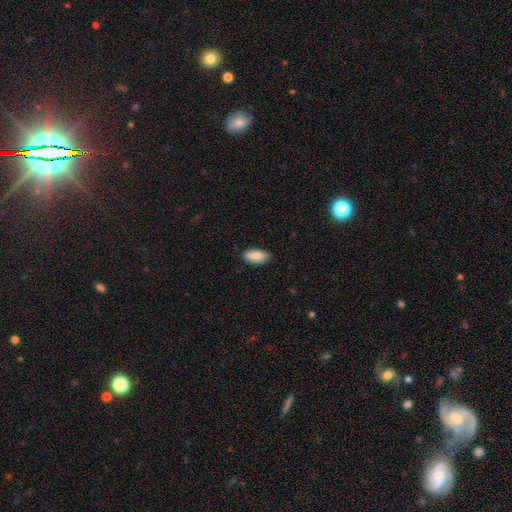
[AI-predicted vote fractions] smooth 84%, featured or disk 10%, star or artifact 7%. Down the decision tree: how rounded — in between (91%); merging — none (78%).